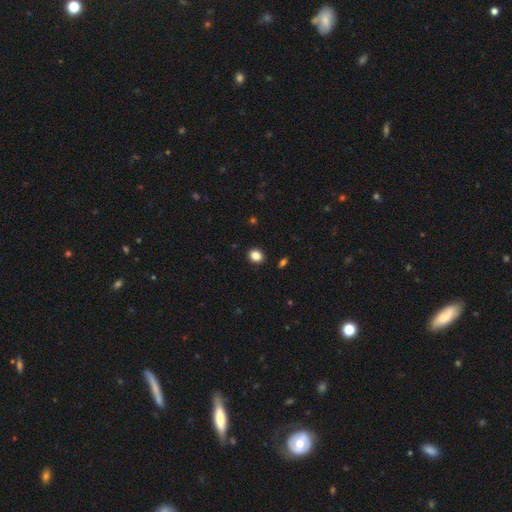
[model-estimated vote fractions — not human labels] smooth 86%, star or artifact 10%, featured or disk 4%. Down the decision tree: how rounded — round (63%); merging — none (91%).